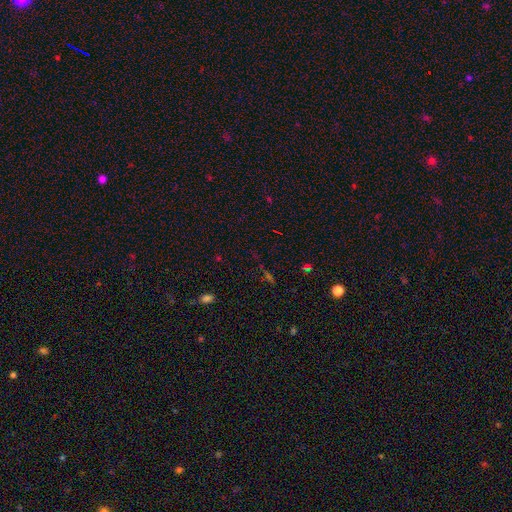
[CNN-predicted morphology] This appears to be a star or artifact, not a galaxy (62%).